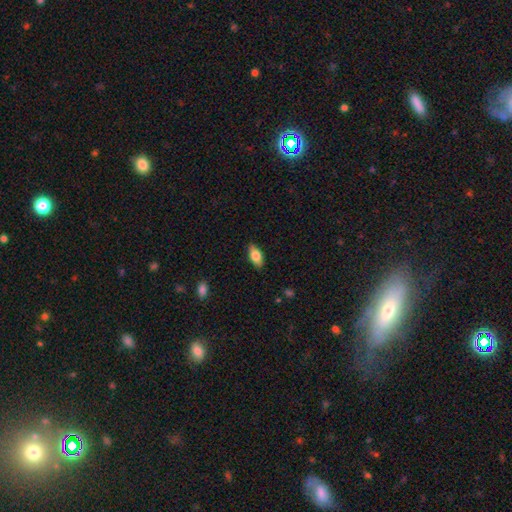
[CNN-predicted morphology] The model was most divided on "smooth or featured": smooth: 78%, featured or disk: 16%, star or artifact: 7%. More confident: how rounded — in between (88%); merging — none (87%).